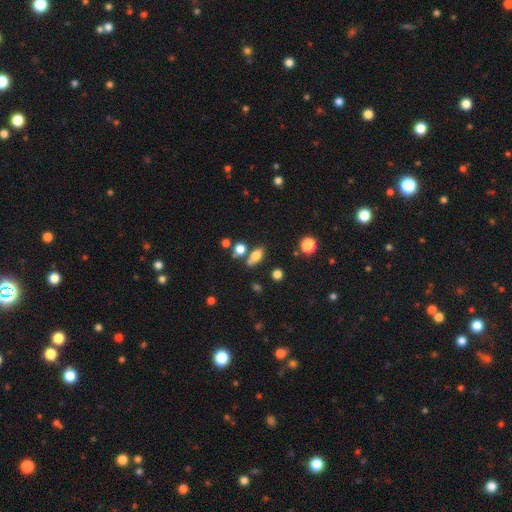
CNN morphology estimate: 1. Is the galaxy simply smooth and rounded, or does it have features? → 76% smooth, 12% star or artifact, 12% featured or disk.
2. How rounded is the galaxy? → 78% in between, 13% round, 9% cigar-shaped.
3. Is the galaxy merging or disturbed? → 62% none, 20% merger, 13% minor disturbance, 5% major disturbance.